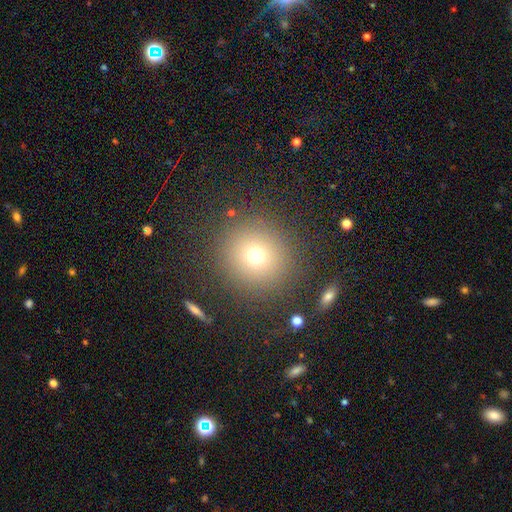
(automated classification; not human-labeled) smooth 71%, star or artifact 18%, featured or disk 11%. Down the decision tree: how rounded — round (93%); merging — none (87%).